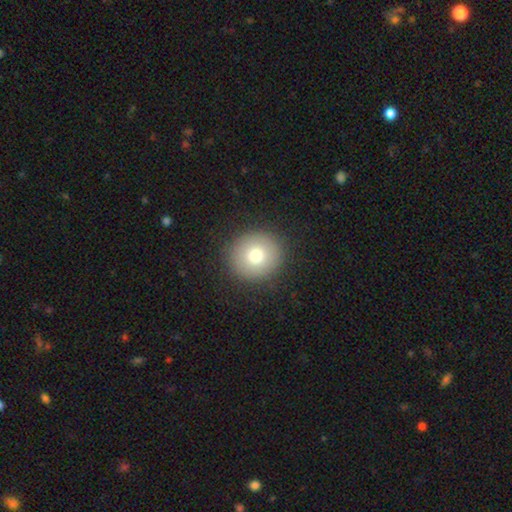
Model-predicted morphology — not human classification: Smooth or featured? smooth (77%)
How rounded? round (92%)
Merging? none (92%)